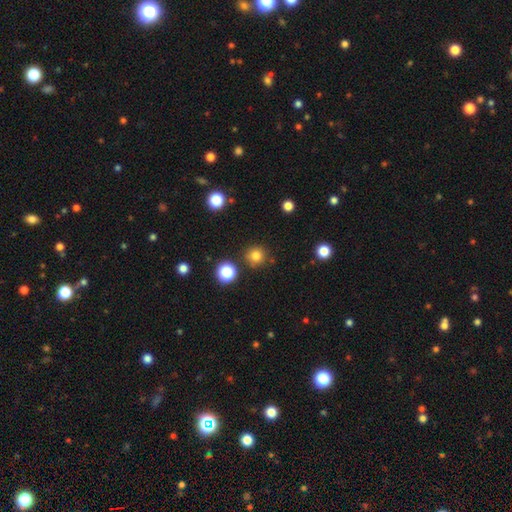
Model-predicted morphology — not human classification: Q: Smooth or featured?
A: smooth (79%); runner-up: star or artifact (15%)
Q: How rounded?
A: round (94%); runner-up: in between (5%)
Q: Merging?
A: none (86%); runner-up: minor disturbance (7%)